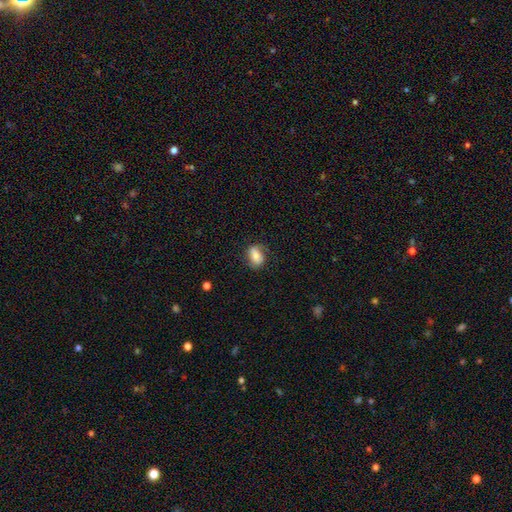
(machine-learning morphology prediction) Q: Smooth or featured?
A: smooth (71%); runner-up: featured or disk (21%)
Q: How rounded?
A: in between (80%); runner-up: round (17%)
Q: Merging?
A: none (69%); runner-up: minor disturbance (22%)